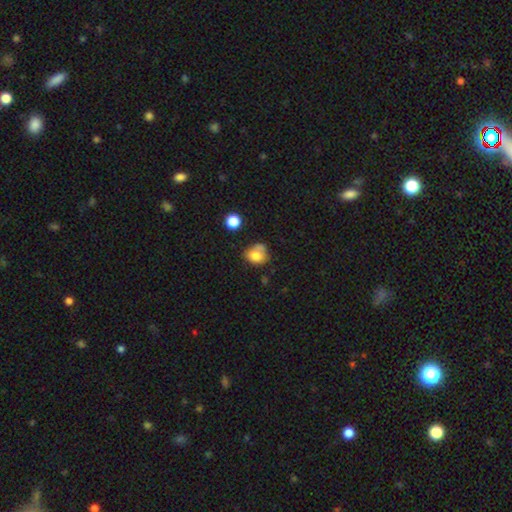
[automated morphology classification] A smooth galaxy with no disk features (75%) that is round (60%). Merging: none (45%).